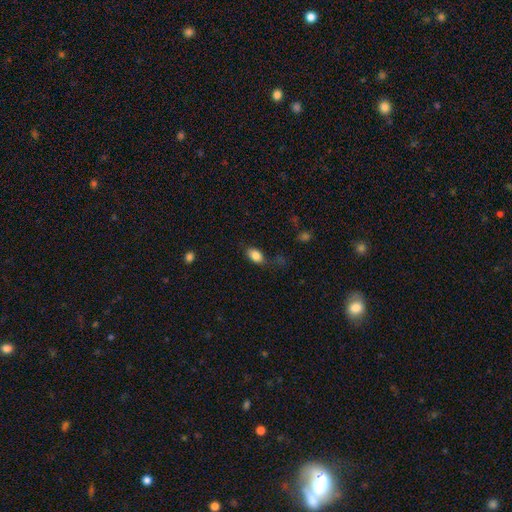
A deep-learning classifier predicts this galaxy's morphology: smooth-or-featured: smooth: 84% | star or artifact: 8% | featured or disk: 7%
  how-rounded: in between: 88% | round: 10% | cigar-shaped: 2%
  merging: none: 71% | minor disturbance: 19% | major disturbance: 7% | merger: 3%